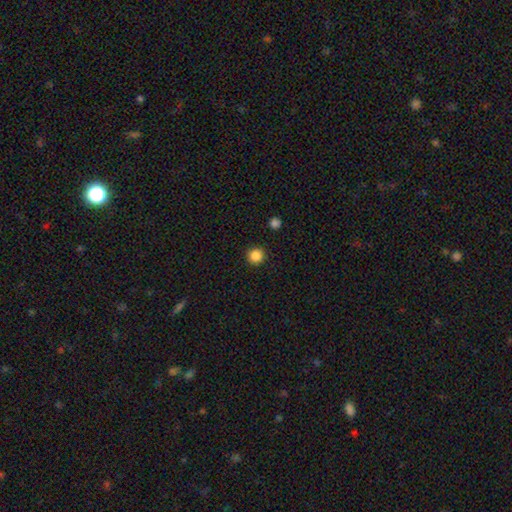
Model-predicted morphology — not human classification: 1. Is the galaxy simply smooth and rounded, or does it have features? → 86% smooth, 11% star or artifact, 3% featured or disk.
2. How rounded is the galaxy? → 95% round, 4% in between, 1% cigar-shaped.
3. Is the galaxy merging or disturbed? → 93% none, 4% minor disturbance, 2% major disturbance, 1% merger.